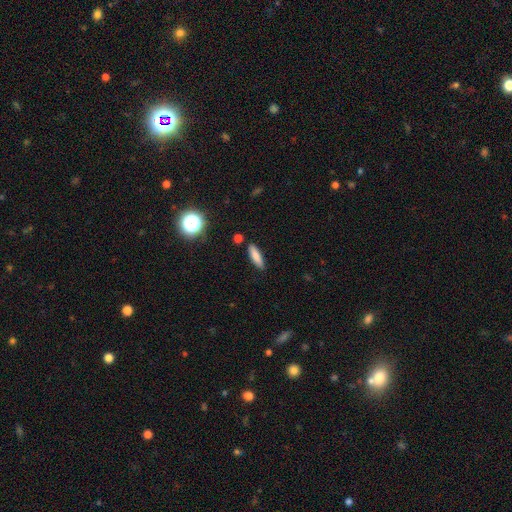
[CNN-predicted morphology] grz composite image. It shows a smooth galaxy with no disk features (81%) that is cigar-shaped (61%). Merging: none (85%).